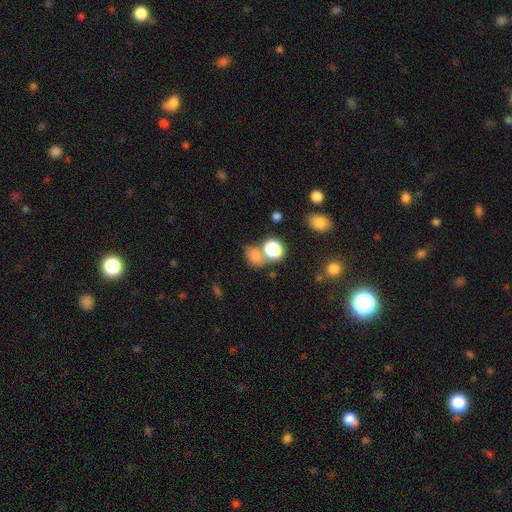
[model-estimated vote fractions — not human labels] This is likely a smooth galaxy (73%). How rounded: possibly in between (52%). Merging: marginally none (44%).